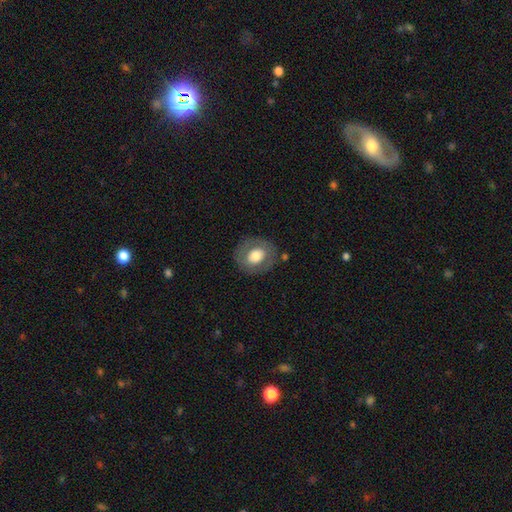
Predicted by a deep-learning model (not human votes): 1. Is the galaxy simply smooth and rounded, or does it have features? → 61% smooth, 32% featured or disk, 7% star or artifact.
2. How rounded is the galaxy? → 66% round, 33% in between, 1% cigar-shaped.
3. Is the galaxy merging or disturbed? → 80% none, 12% minor disturbance, 6% major disturbance, 2% merger.